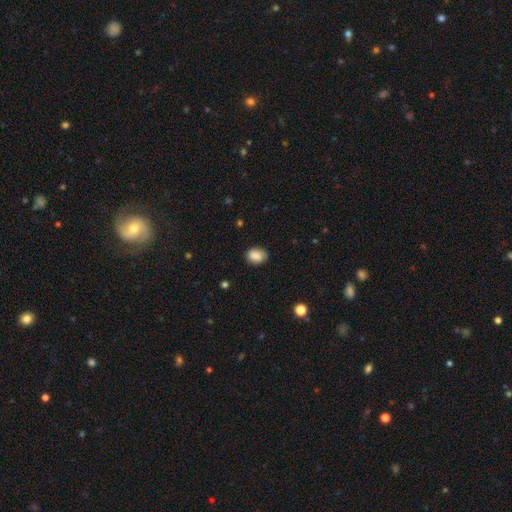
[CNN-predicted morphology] A smooth galaxy with no disk features (86%) that is in between round and cigar-shaped (66%).

Vote fractions:
- Smooth or featured? smooth: 86% / star or artifact: 8% / featured or disk: 6%
- How rounded? in between: 66% / round: 33% / cigar-shaped: 1%
- Merging? none: 80% / minor disturbance: 15% / major disturbance: 3% / merger: 1%